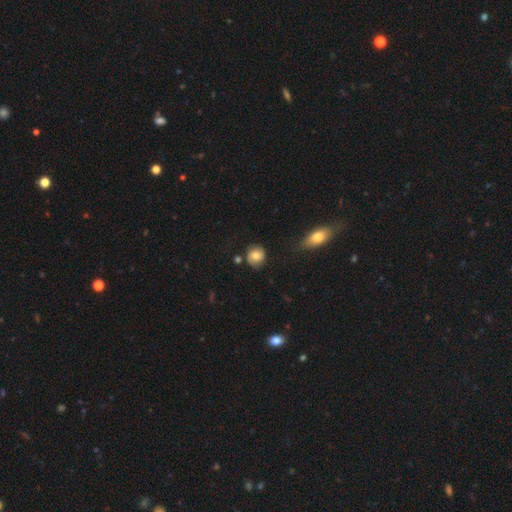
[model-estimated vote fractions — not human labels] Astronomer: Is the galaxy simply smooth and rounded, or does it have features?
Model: smooth — 70%.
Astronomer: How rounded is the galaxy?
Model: round — 81%.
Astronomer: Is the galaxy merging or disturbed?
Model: none — 74%.